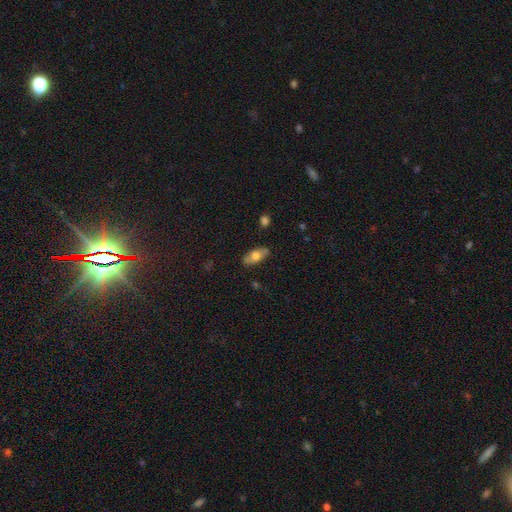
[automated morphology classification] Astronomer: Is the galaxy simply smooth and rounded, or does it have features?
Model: smooth — 63%.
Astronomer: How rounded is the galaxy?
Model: in between — 88%.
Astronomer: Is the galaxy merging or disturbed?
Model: none — 82%.